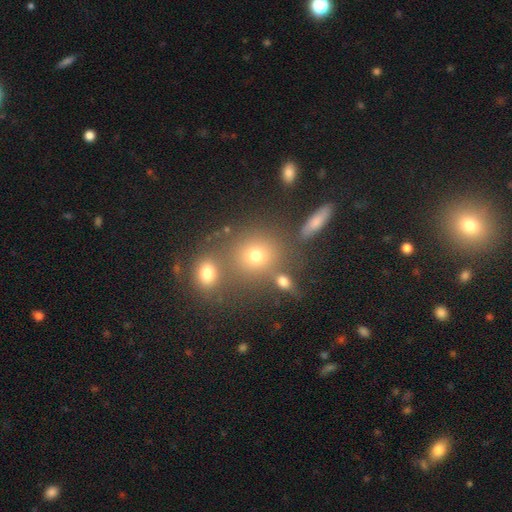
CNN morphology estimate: The model was most divided on "merging": none: 60%, merger: 25%, minor disturbance: 11%, major disturbance: 4%. More confident: how rounded — round (79%); smooth or featured — smooth (66%).